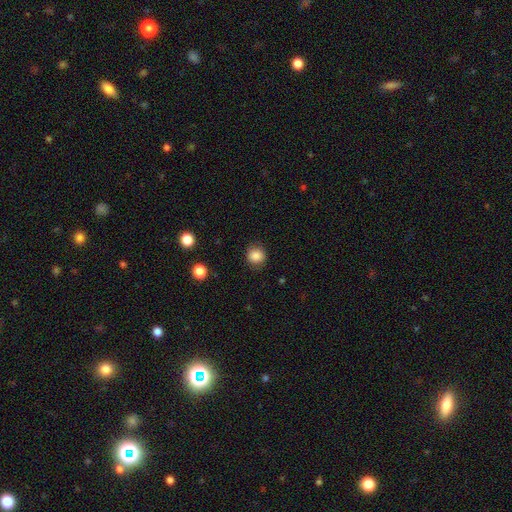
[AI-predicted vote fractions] This appears to be a smooth galaxy with no disk features (86%) that is round (90%). Merging: none (86%).